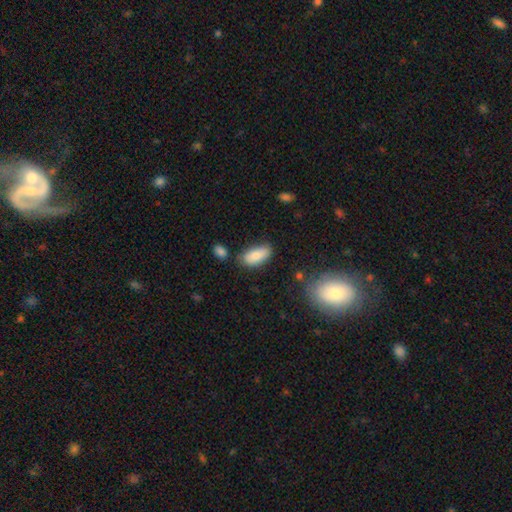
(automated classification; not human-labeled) A smooth galaxy with no disk features (81%) that is in between round and cigar-shaped (89%).

Vote fractions:
- Smooth or featured? smooth: 81% / featured or disk: 12% / star or artifact: 7%
- How rounded? in between: 89% / cigar-shaped: 8% / round: 3%
- Merging? none: 71% / minor disturbance: 20% / merger: 6% / major disturbance: 4%